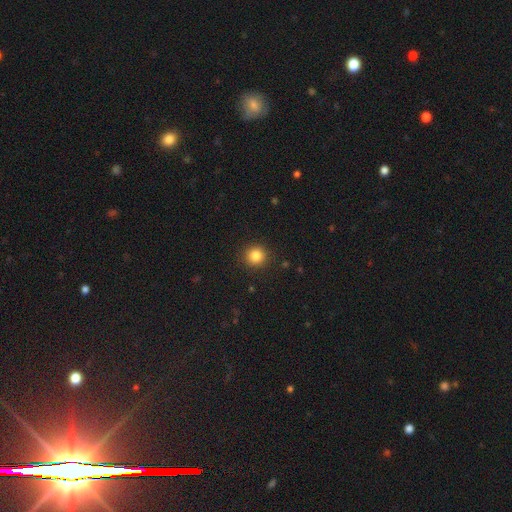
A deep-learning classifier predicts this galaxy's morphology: smooth_or_featured: smooth (p=0.84) [alt: star or artifact p=0.11]
how_rounded: round (p=0.93) [alt: in between p=0.07]
merging: none (p=0.91) [alt: minor disturbance p=0.06]